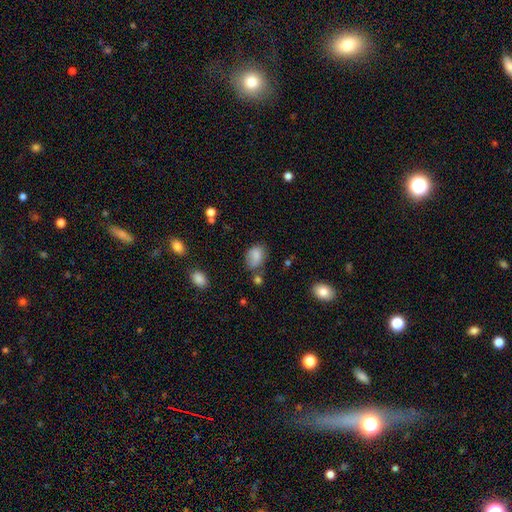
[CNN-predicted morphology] smooth-or-featured: smooth: 81% | star or artifact: 10% | featured or disk: 9%
  how-rounded: in between: 78% | round: 20% | cigar-shaped: 1%
  merging: none: 58% | minor disturbance: 27% | major disturbance: 8% | merger: 8%